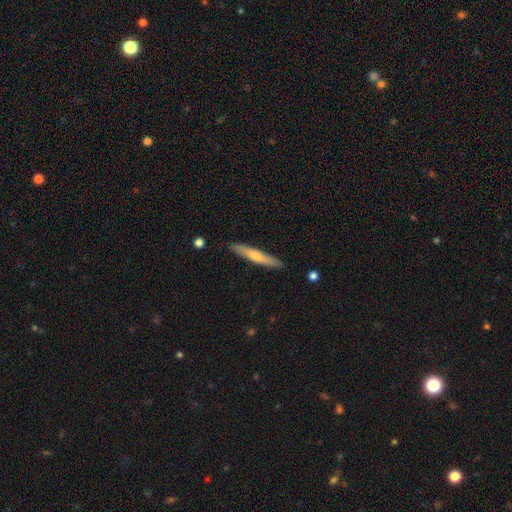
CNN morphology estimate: Overall: smooth (52%; featured or disk 42%). How rounded: cigar-shaped (93%). Merging: none (89%).